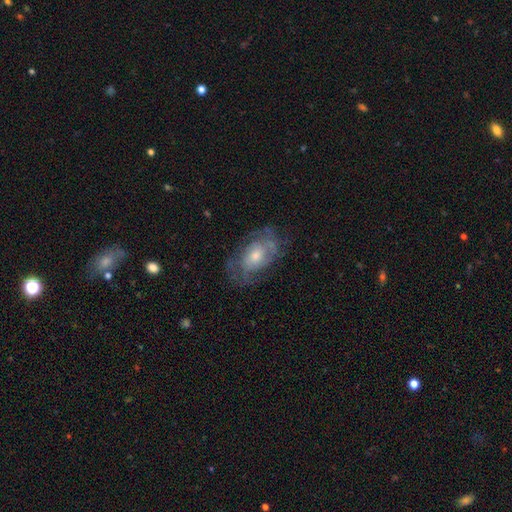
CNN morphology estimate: Smooth or featured?
  - featured or disk: 69% *
  - smooth: 23%
  - star or artifact: 8%
Edge-on disk?
  - no: 95% *
  - yes: 5%
Bar?
  - no: 74% *
  - weak: 22%
  - strong: 4%
Spiral arms?
  - yes: 76% *
  - no: 24%
Spiral winding?
  - tight: 48% *
  - medium: 38%
  - loose: 14%
Spiral arm count?
  - can't tell: 49% *
  - 2: 29%
  - 3: 10%
  - 4: 4%
  - 1: 4%
  - more than 4: 3%
Bulge size?
  - moderate: 57% *
  - small: 31%
  - large: 8%
  - none: 2%
  - dominant: 1%
Merging?
  - none: 66% *
  - minor disturbance: 21%
  - major disturbance: 12%
  - merger: 1%